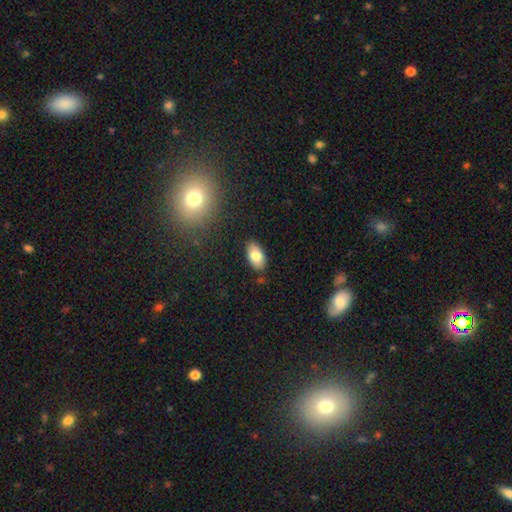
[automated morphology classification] This is clearly a smooth galaxy (80%). How rounded: clearly in between (94%). Merging: clearly none (85%).